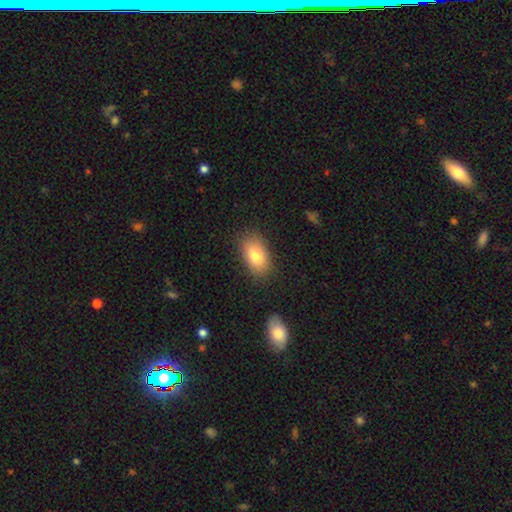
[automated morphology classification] Overall: smooth (79%). How rounded: in between (90%). Merging: none (83%).